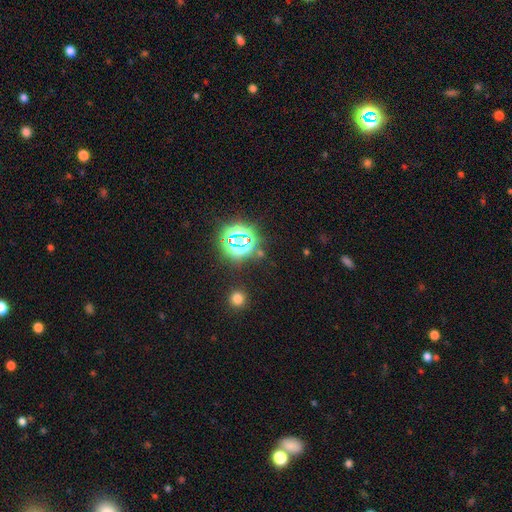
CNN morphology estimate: Smooth or featured? star or artifact (76%)